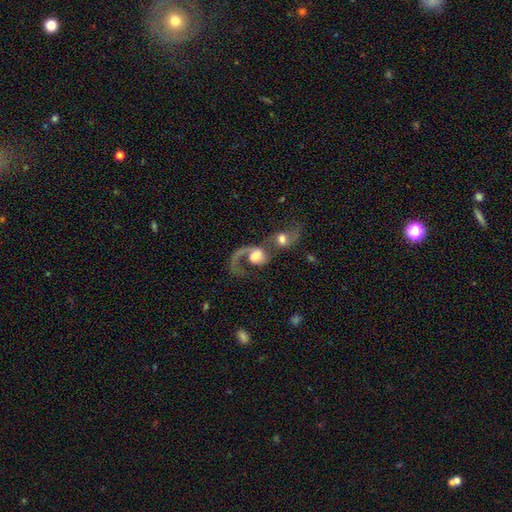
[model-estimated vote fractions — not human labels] featured or disk 65%, smooth 27%, star or artifact 8%. Down the decision tree: edge-on disk — no (97%); bar — no (72%); spiral arms — yes (83%); spiral arm count — 1 (78%); spiral winding — loose (69%); bulge size — moderate (51%); merging — merger (63%).